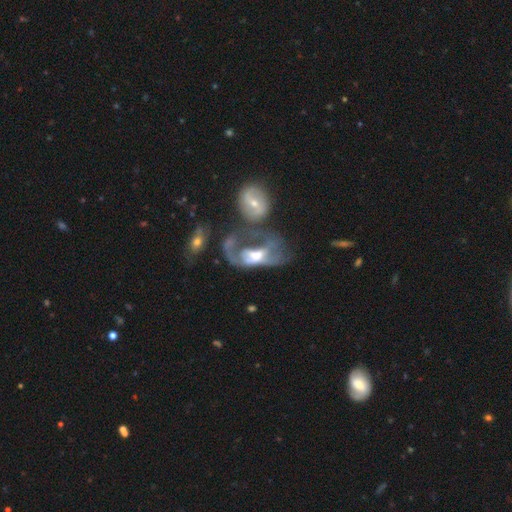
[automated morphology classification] smooth-or-featured: featured or disk: 68% | smooth: 23% | star or artifact: 9%
  disk-edge-on: no: 93% | yes: 7%
    bar: no: 55% | weak: 30% | strong: 15%
    has-spiral-arms: yes: 50% (tied) | no: 50% (tied)
    bulge-size: moderate: 56% | small: 19% | large: 18% | none: 5% | dominant: 2%
  merging: merger: 41% | major disturbance: 37% | none: 13% | minor disturbance: 9%